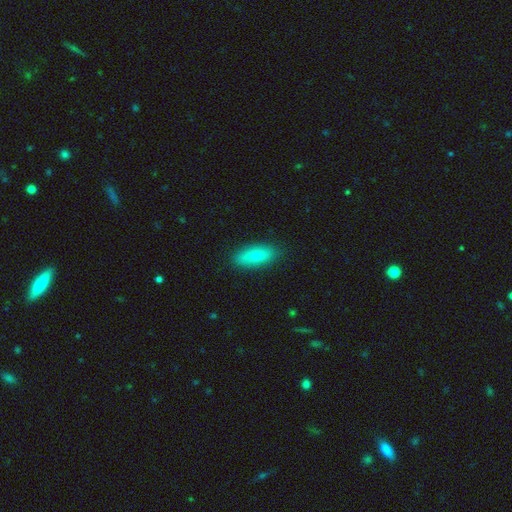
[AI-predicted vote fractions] Q: Smooth or featured?
A: smooth (76%); runner-up: featured or disk (18%)
Q: How rounded?
A: in between (71%); runner-up: cigar-shaped (26%)
Q: Merging?
A: none (84%); runner-up: minor disturbance (12%)